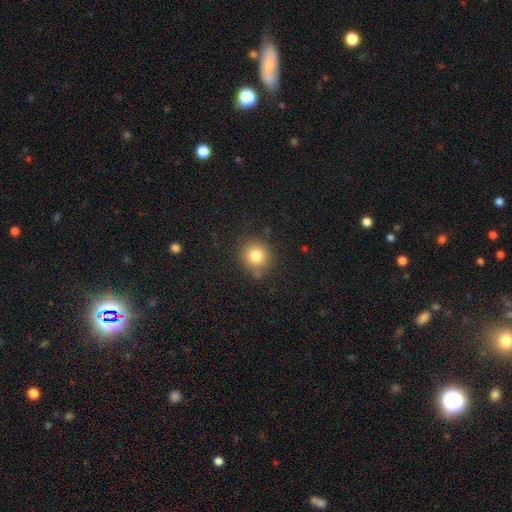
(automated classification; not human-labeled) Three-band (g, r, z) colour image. It shows a smooth galaxy with no disk features (80%) that is round (88%). Merging: none (82%).